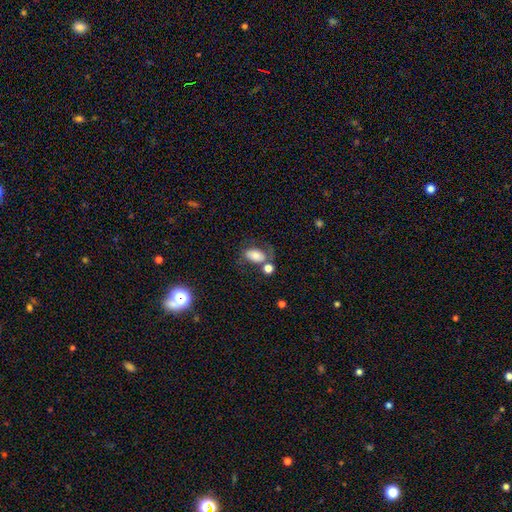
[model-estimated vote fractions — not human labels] Smooth or featured? Predicted: smooth (p=0.67). How rounded? Predicted: in between (p=0.88). Merging? Predicted: none (p=0.40).